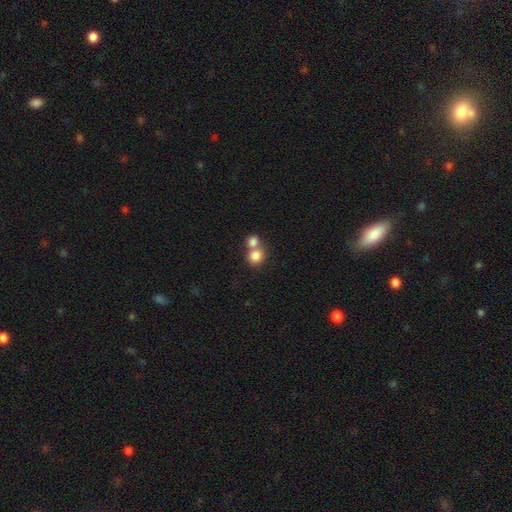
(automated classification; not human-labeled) Smooth or featured: smooth — 82% (star or artifact — 10%)
How rounded: round — 84% (in between — 15%)
Merging: merger — 53% (none — 39%)